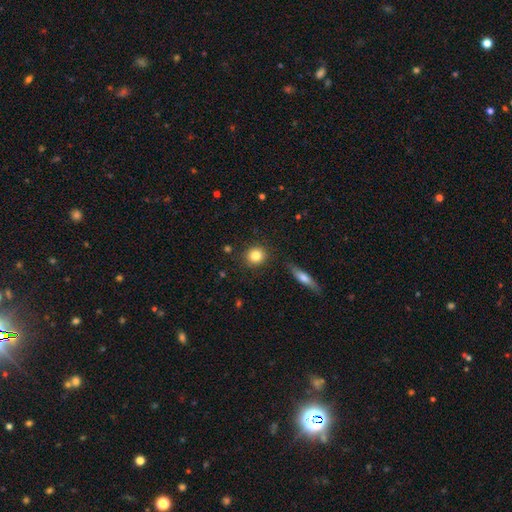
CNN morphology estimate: type=smooth (83%); roundness=round (86%); merging=none (88%).